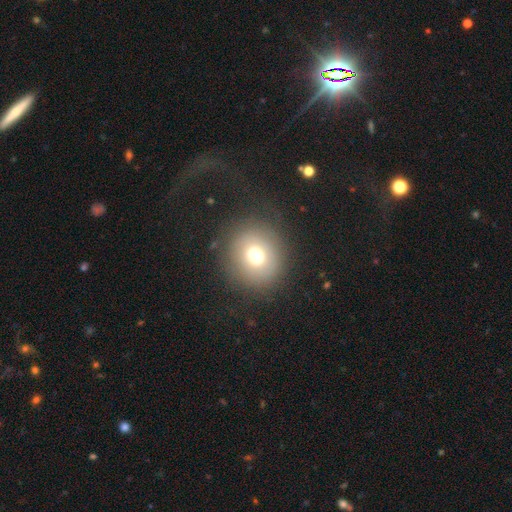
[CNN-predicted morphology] This appears to be a smooth galaxy with no disk features (70%) that is round (86%). Merging: none (83%).